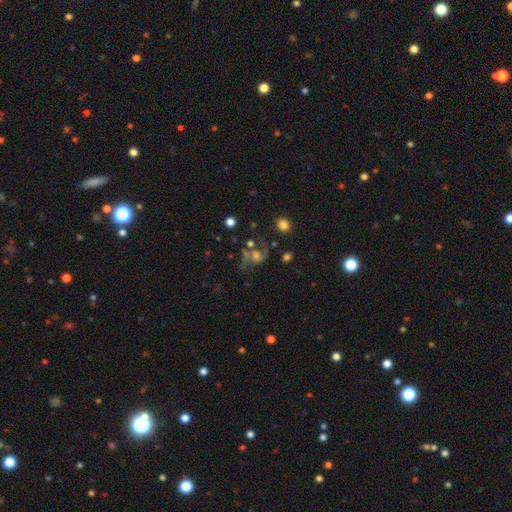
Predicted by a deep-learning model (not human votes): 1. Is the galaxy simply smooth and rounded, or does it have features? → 66% featured or disk, 19% smooth, 15% star or artifact.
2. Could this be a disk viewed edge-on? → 96% no, 4% yes.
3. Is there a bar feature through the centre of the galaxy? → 57% no, 34% weak, 9% strong.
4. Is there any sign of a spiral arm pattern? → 82% yes, 18% no.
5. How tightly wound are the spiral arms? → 57% loose, 35% medium, 8% tight.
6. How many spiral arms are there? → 82% 2, 8% 1, 6% can't tell, 2% 3, 1% 4, 1% more than 4.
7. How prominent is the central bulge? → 47% moderate, 26% small, 14% large, 11% none, 3% dominant.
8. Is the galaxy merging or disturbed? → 47% none, 23% major disturbance, 18% minor disturbance, 12% merger.